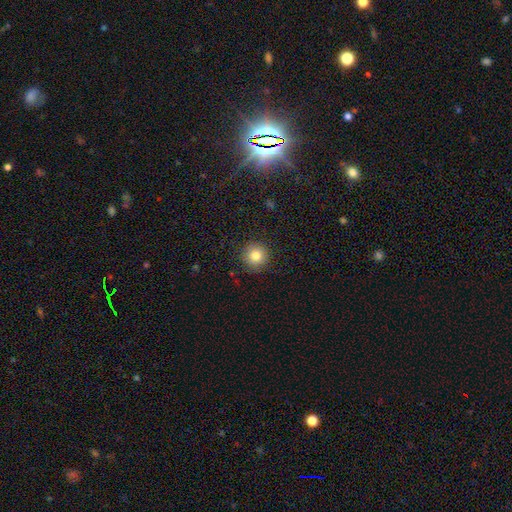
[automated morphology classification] Overall: smooth (81%). How rounded: round (95%). Merging: none (91%).